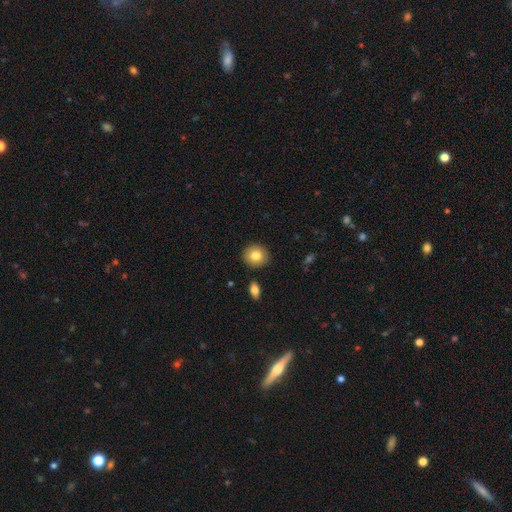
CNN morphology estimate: smooth 81%, featured or disk 11%, star or artifact 8%. Down the decision tree: how rounded — round (88%); merging — none (89%).